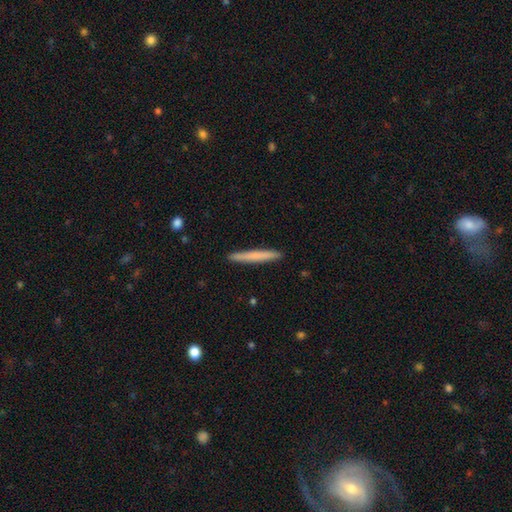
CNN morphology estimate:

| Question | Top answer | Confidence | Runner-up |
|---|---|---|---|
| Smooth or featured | smooth | 70% | featured or disk (25%) |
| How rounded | cigar-shaped | 97% | in between (2%) |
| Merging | none | 92% | minor disturbance (6%) |